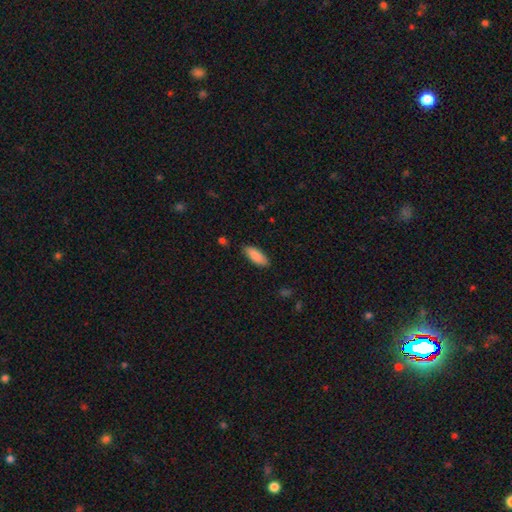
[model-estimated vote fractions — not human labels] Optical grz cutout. It shows a smooth galaxy with no disk features (88%) that is in between round and cigar-shaped (75%). Merging: none (84%).